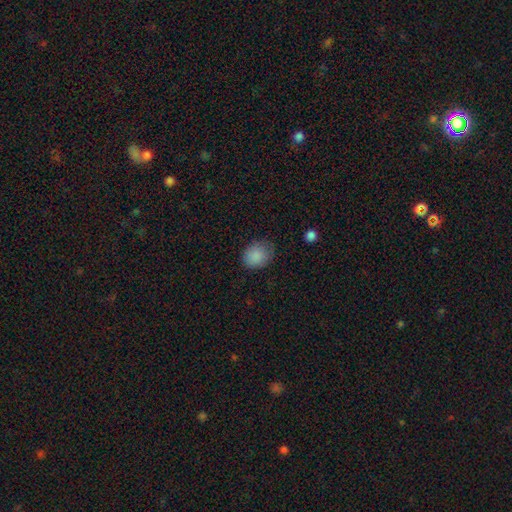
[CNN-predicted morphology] type=smooth (87%); roundness=round (57%); merging=none (71%).